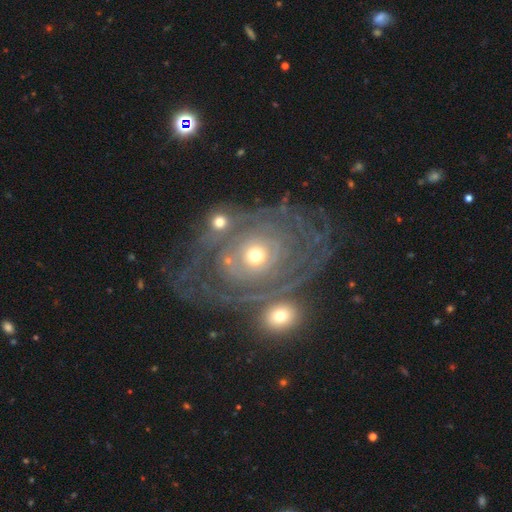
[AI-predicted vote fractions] Smooth or featured? Predicted: featured or disk (p=0.83). Edge-on disk? Predicted: no (p=0.96). Bar? Predicted: no (p=0.85). Spiral arms? Predicted: yes (p=0.88). Spiral winding? Predicted: tight (p=0.74). Spiral arm count? Predicted: can't tell (p=0.34). Bulge size? Predicted: moderate (p=0.47). Merging? Predicted: none (p=0.50).